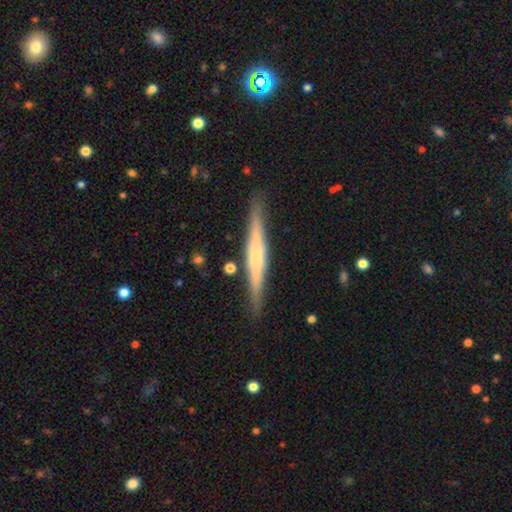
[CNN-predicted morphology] This appears to be a featured or disk galaxy (60%) viewed edge-on (97%) with a rounded central bulge (41%). Merging: none (87%).